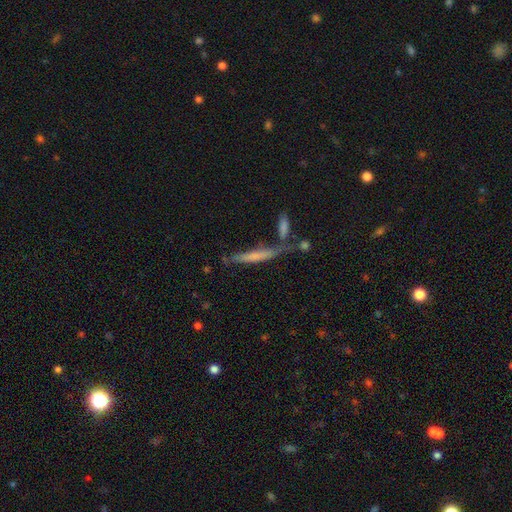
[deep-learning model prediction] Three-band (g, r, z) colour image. It shows a smooth galaxy with no disk features (53%) that is cigar-shaped (92%). Merging: none (54%).